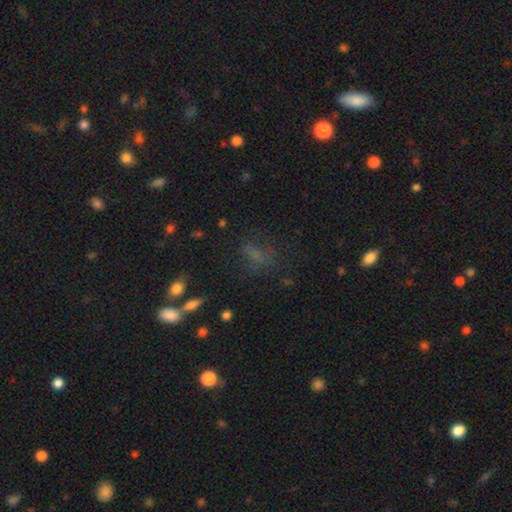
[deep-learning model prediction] This is possibly a smooth galaxy (55%). How rounded: likely in between (63%). Merging: possibly none (58%).